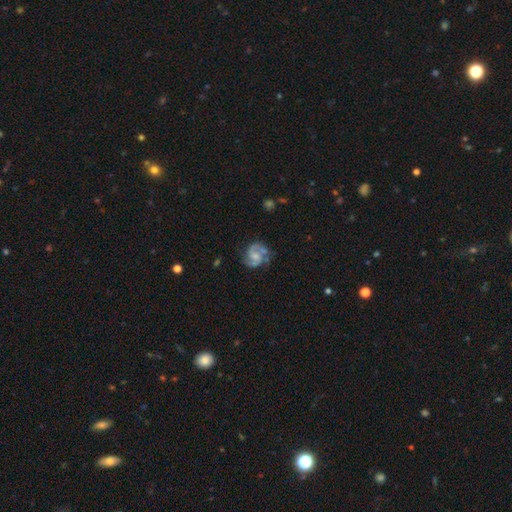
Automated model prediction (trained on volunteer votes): smooth-or-featured: featured or disk: 85% | smooth: 10% | star or artifact: 6%
  disk-edge-on: no: 98% | yes: 2%
    bar: no: 46% | weak: 44% | strong: 10%
    has-spiral-arms: yes: 96% | no: 4%
      spiral-winding: medium: 57% | tight: 23% | loose: 21%
      spiral-arm-count: 2: 89% | can't tell: 4% | 3: 3% | 1: 2% | 4: 1% | more than 4: 1%
    bulge-size: small: 43% | moderate: 36% | none: 17% | large: 3% | dominant: 1%
  merging: none: 70% | minor disturbance: 19% | major disturbance: 8% | merger: 4%